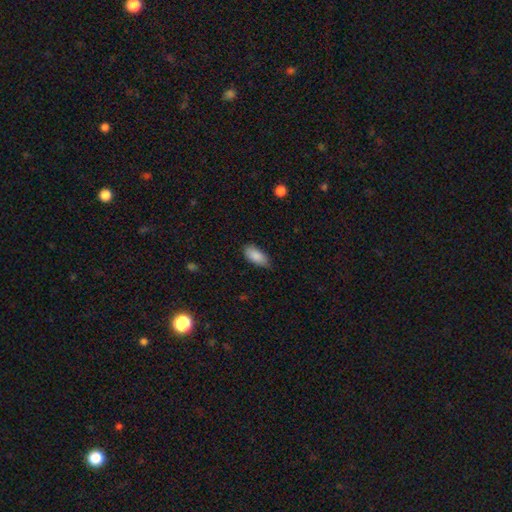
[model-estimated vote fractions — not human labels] Morphology: type=smooth (87%); roundness=in between (89%); merging=none (72%).